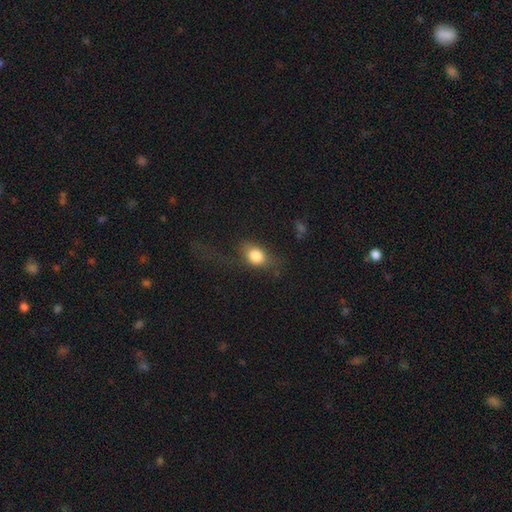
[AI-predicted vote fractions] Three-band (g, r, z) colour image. It shows a smooth galaxy with no disk features (80%) that is in between round and cigar-shaped (67%). Merging: none (51%).